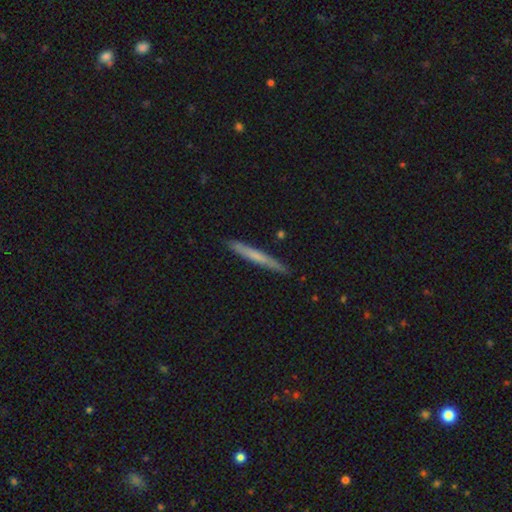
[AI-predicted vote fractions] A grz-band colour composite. It shows a smooth galaxy with no disk features (57%) that is cigar-shaped (97%). Merging: none (89%).